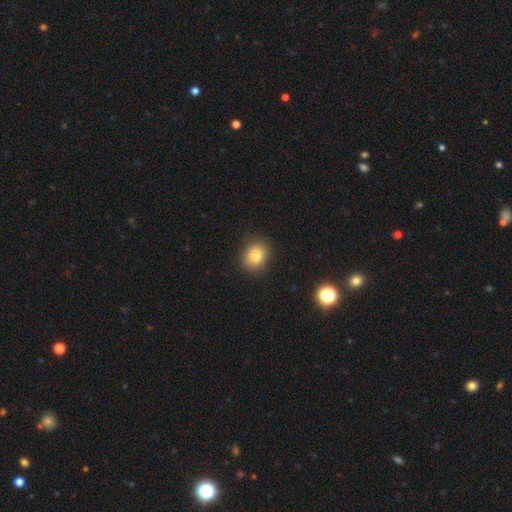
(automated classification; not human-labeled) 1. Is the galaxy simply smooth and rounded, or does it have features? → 80% smooth, 12% star or artifact, 9% featured or disk.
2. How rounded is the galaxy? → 64% round, 35% in between, 1% cigar-shaped.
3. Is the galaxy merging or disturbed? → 89% none, 8% minor disturbance, 2% major disturbance, 1% merger.